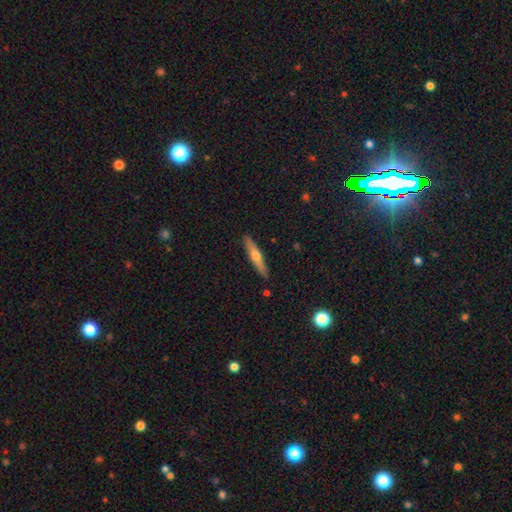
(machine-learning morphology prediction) Overall: featured or disk (52%; smooth 42%). Edge-on disk: yes (95%). Merging: none (90%).